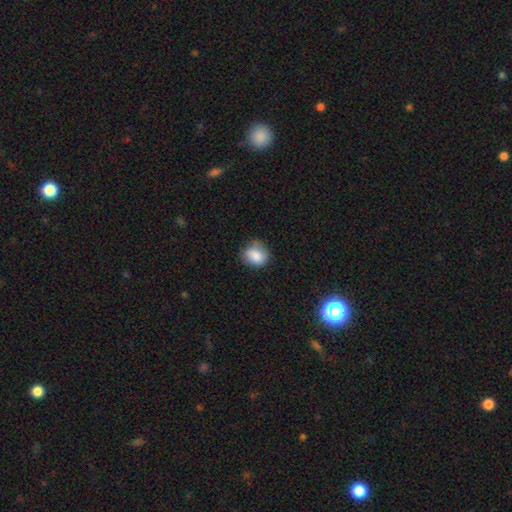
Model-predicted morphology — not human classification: smooth-or-featured: smooth: 86% | star or artifact: 8% | featured or disk: 6%
  how-rounded: round: 62% | in between: 37% | cigar-shaped: 1%
  merging: none: 68% | minor disturbance: 25% | major disturbance: 5% | merger: 2%